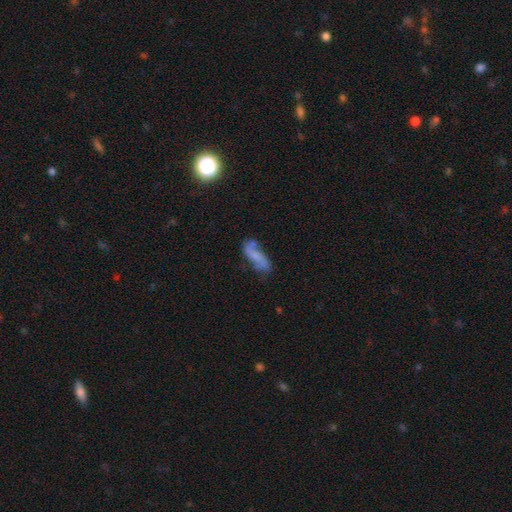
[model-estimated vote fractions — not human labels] Q: Smooth or featured?
A: featured or disk (46%); runner-up: smooth (44%)
Q: Merging?
A: none (51%); runner-up: minor disturbance (26%)